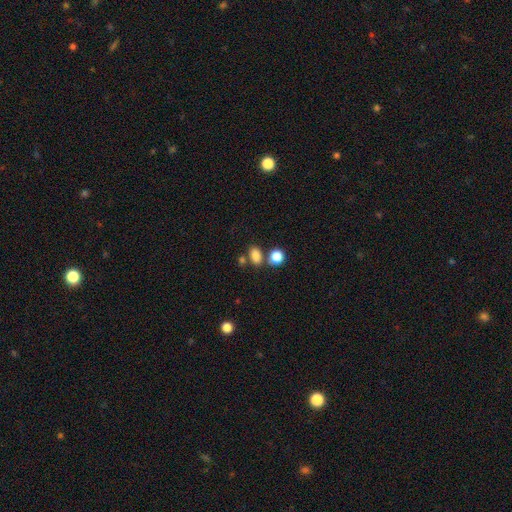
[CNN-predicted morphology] smooth 82%, star or artifact 12%, featured or disk 5%. Down the decision tree: how rounded — in between (75%); merging — none (63%).